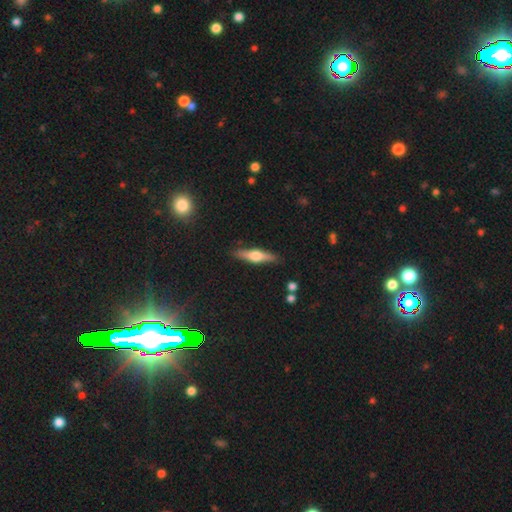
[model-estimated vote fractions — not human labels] featured or disk 60%, smooth 34%, star or artifact 6%. Down the decision tree: edge-on disk — yes (96%); edge-on bulge — rounded (92%); merging — none (89%).